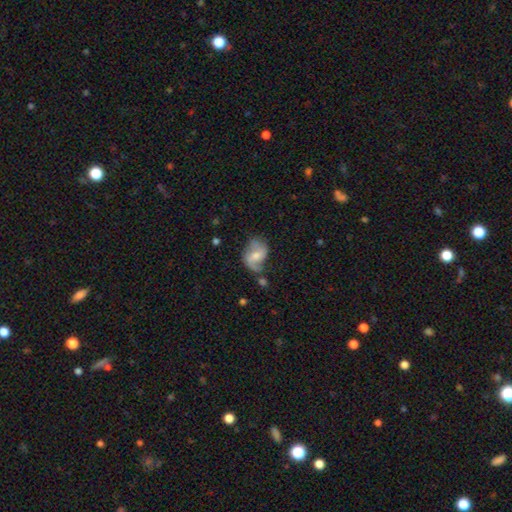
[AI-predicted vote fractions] A featured or disk galaxy (64%) with a weak bar (48%), 2 (80%) loose (52%) spiral arms (87%) and a moderate central bulge (50%).

Vote fractions:
- Smooth or featured? featured or disk: 64% / smooth: 29% / star or artifact: 7%
- Edge-on disk? no: 97% / yes: 3%
- Bar? weak: 48% / no: 37% / strong: 14%
- Spiral arms? yes: 87% / no: 13%
- Spiral winding? loose: 52% / medium: 37% / tight: 11%
- Spiral arm count? 2: 80% / 1: 10% / can't tell: 7% / 3: 1% / 4: 1% / more than 4: 1%
- Bulge size? moderate: 50% / small: 35% / none: 8% / large: 6% / dominant: 1%
- Merging? none: 48% / minor disturbance: 28% / major disturbance: 17% / merger: 7%